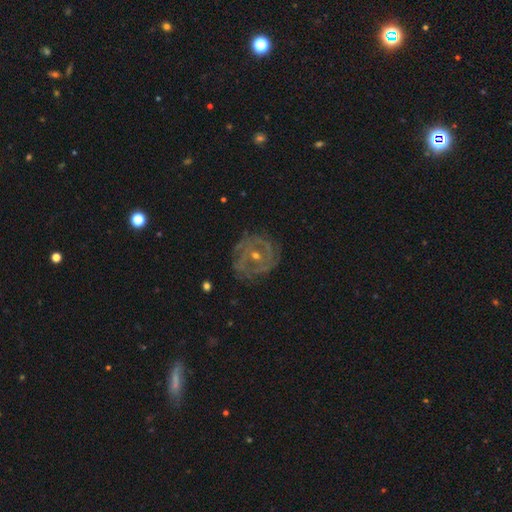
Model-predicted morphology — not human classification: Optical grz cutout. It shows a featured or disk galaxy (82%) with no bar (56%), 2 (32%) tight (64%) spiral arms (87%) and a small central bulge (53%). Merging: none (78%).